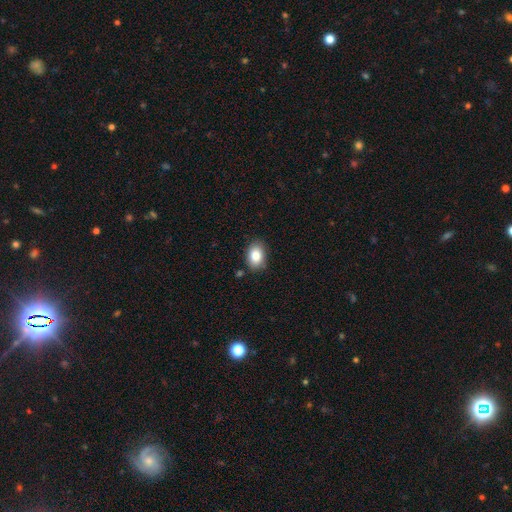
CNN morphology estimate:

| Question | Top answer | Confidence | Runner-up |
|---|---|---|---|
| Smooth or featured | smooth | 84% | star or artifact (9%) |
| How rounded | in between | 77% | round (22%) |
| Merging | none | 83% | minor disturbance (12%) |